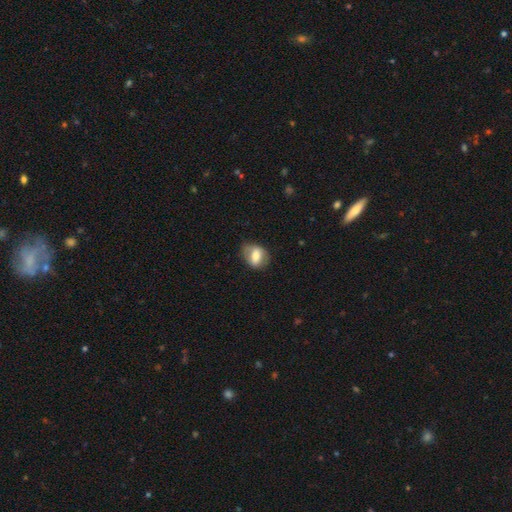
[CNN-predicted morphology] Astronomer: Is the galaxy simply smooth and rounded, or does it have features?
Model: smooth — 58% (runner-up: featured or disk, 34%).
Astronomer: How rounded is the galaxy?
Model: in between — 69%.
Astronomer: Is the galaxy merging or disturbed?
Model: none — 67%.